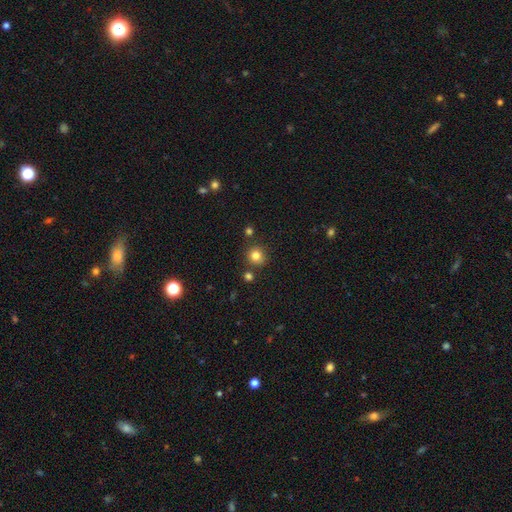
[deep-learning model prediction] A smooth galaxy with no disk features (81%) that is round (90%).

Vote fractions:
- Smooth or featured? smooth: 81% / star or artifact: 13% / featured or disk: 6%
- How rounded? round: 90% / in between: 9% / cigar-shaped: 1%
- Merging? none: 81% / minor disturbance: 9% / merger: 7% / major disturbance: 3%